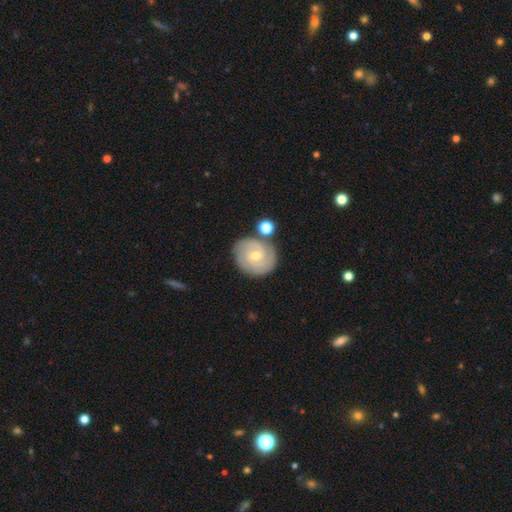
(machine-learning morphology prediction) Overall: featured or disk (78%). Edge-on disk: no (97%). Bar: no (57%; weak 37%). Spiral arms: yes (95%). Spiral arm count: 2 (38%; 3 28%). Spiral winding: tight (69%). Bulge size: small (55%; moderate 42%). Merging: none (73%).